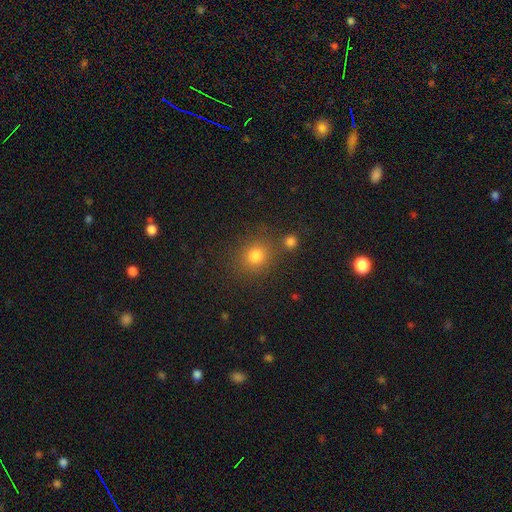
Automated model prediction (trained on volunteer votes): A smooth galaxy with no disk features (78%) that is round (79%). Merging: none (74%).